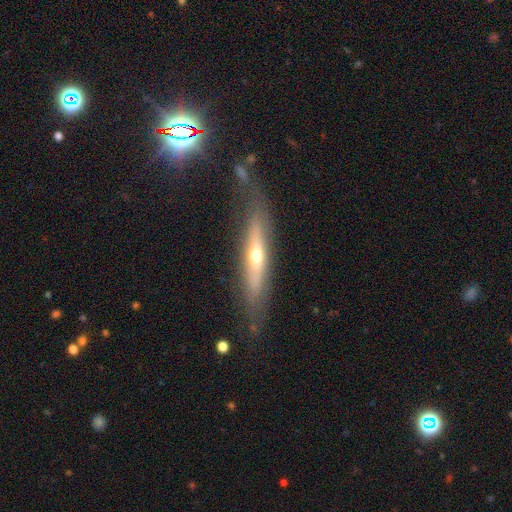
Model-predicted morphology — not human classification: This appears to be a featured or disk galaxy (60%) viewed edge-on (74%). Merging: none (72%).